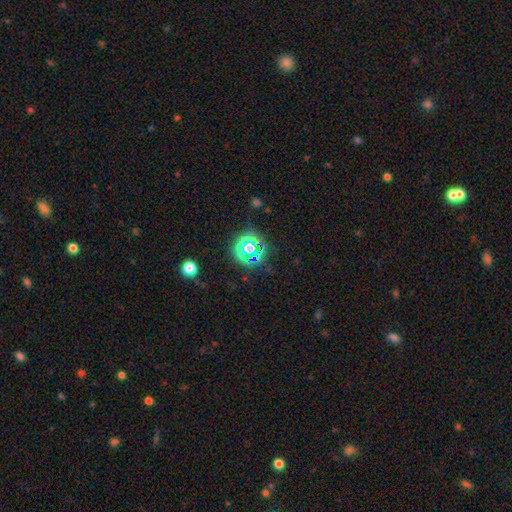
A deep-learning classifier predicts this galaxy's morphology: Smooth or featured?
  - star or artifact: 71% *
  - smooth: 21%
  - featured or disk: 8%